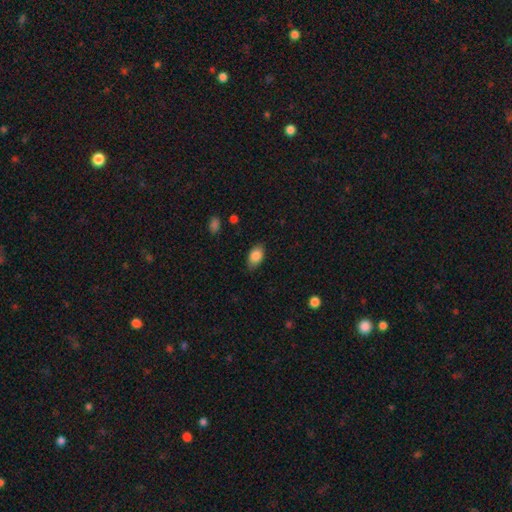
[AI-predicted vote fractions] smooth 86%, star or artifact 7%, featured or disk 7%. Down the decision tree: how rounded — in between (90%); merging — none (82%).